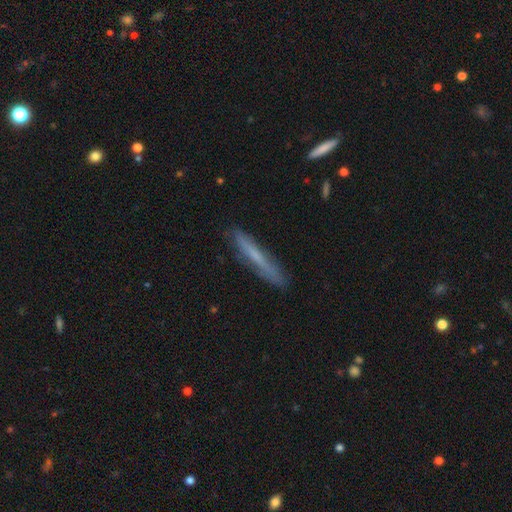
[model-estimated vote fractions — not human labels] Overall: smooth (54%; featured or disk 39%). How rounded: cigar-shaped (95%). Merging: none (85%).